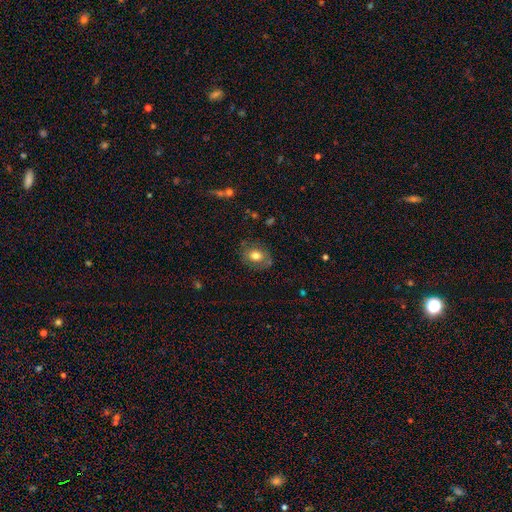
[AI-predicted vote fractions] Q: Smooth or featured?
A: smooth (72%); runner-up: featured or disk (18%)
Q: How rounded?
A: round (50%); runner-up: in between (49%)
Q: Merging?
A: none (77%); runner-up: minor disturbance (15%)